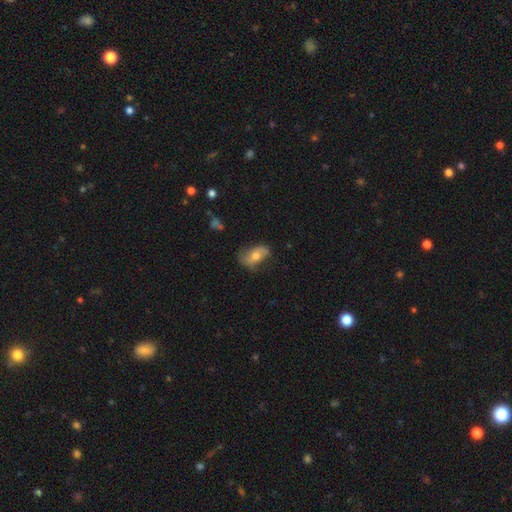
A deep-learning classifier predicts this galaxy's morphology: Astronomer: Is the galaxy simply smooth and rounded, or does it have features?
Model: smooth — 47% (runner-up: featured or disk, 45%).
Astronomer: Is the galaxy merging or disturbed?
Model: none — 61%.